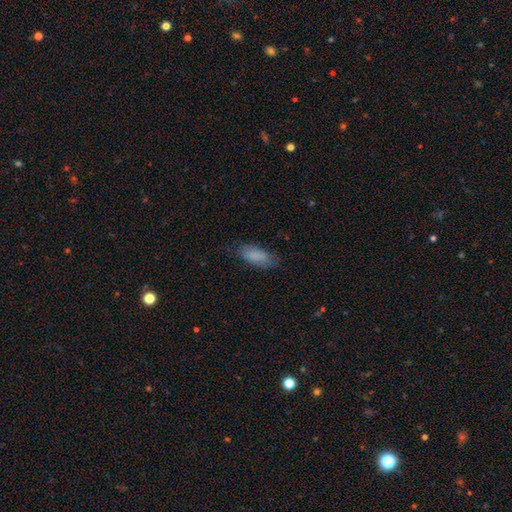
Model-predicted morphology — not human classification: Smooth or featured? Predicted: smooth (p=0.84). How rounded? Predicted: in between (p=0.77). Merging? Predicted: none (p=0.75).